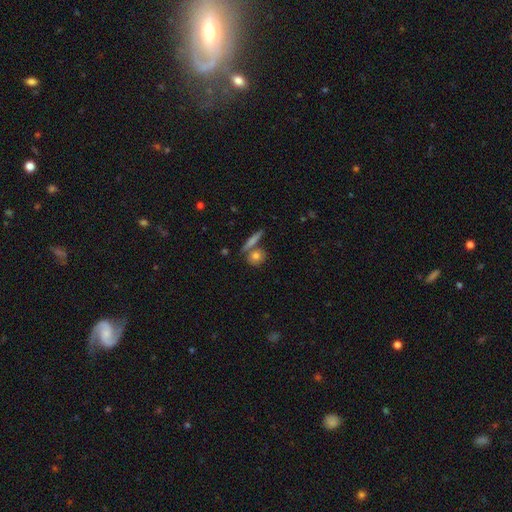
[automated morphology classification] Overall: smooth (76%). How rounded: round (68%). Merging: none (64%).